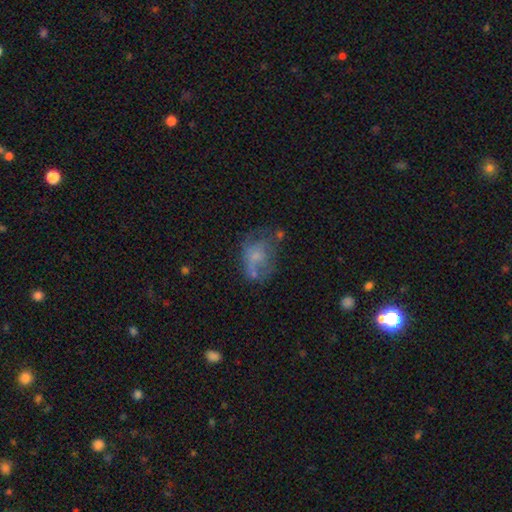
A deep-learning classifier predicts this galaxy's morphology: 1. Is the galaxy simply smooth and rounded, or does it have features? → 51% smooth, 38% featured or disk, 11% star or artifact.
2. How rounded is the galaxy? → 68% in between, 31% round, 1% cigar-shaped.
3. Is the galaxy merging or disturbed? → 33% none, 29% major disturbance, 26% minor disturbance, 12% merger.